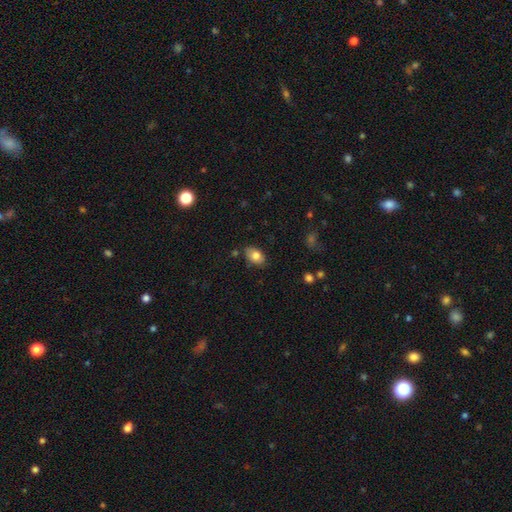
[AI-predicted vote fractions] Q: Smooth or featured?
A: smooth (81%); runner-up: featured or disk (11%)
Q: How rounded?
A: in between (86%); runner-up: round (12%)
Q: Merging?
A: none (80%); runner-up: minor disturbance (15%)